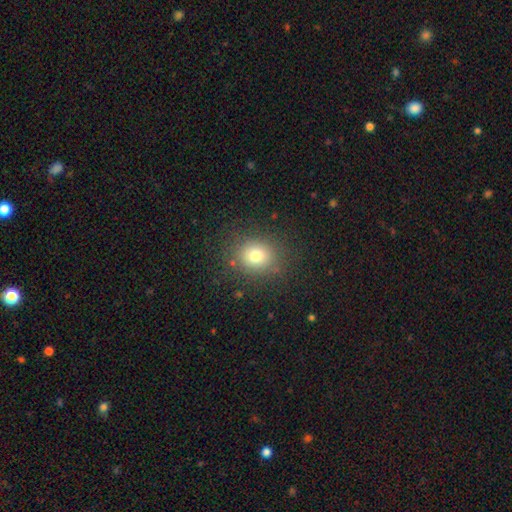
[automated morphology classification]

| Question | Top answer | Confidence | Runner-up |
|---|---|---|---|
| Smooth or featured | smooth | 76% | star or artifact (15%) |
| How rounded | round | 74% | in between (25%) |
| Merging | none | 84% | minor disturbance (10%) |